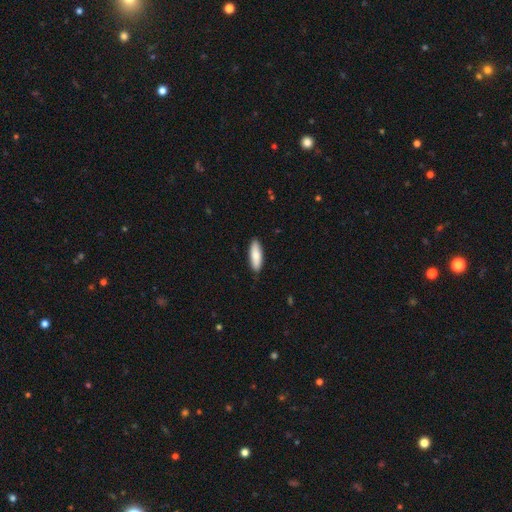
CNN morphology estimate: A smooth galaxy with no disk features (83%) that is in between round and cigar-shaped (53%). Merging: none (88%).